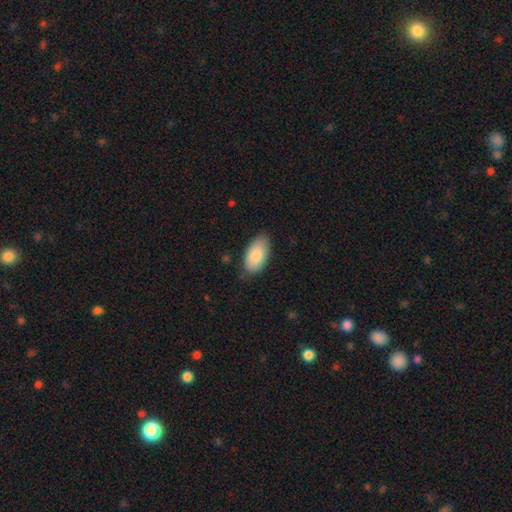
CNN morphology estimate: Smooth or featured?
  - smooth: 86% *
  - featured or disk: 9%
  - star or artifact: 6%
How rounded?
  - in between: 95% *
  - round: 3%
  - cigar-shaped: 2%
Merging?
  - none: 78% *
  - minor disturbance: 18%
  - major disturbance: 3%
  - merger: 1%